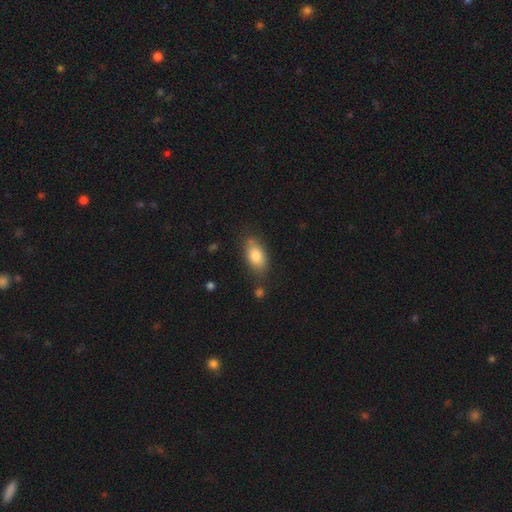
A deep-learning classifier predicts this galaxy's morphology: Smooth or featured? smooth (81%)
How rounded? in between (89%)
Merging? none (73%)